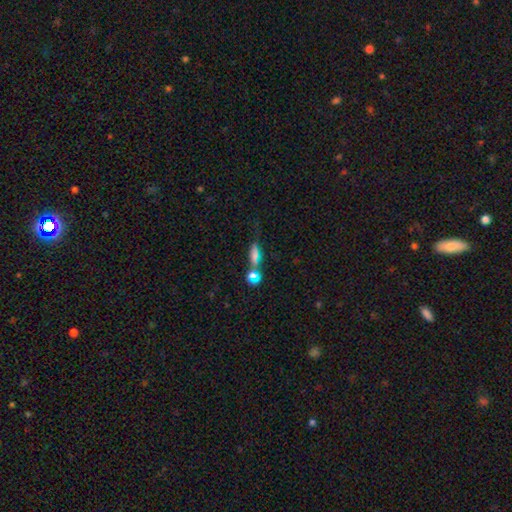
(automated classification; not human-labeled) This appears to be a smooth galaxy with no disk features (55%) that is cigar-shaped (51%). Merging: none (59%).